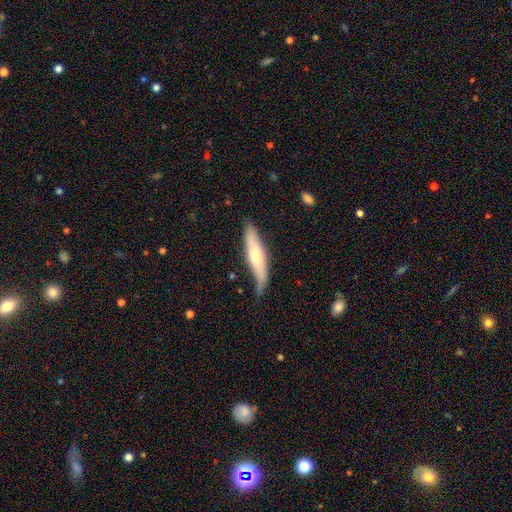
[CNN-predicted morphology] A smooth galaxy with no disk features (51%) that is cigar-shaped (76%). Merging: none (63%).